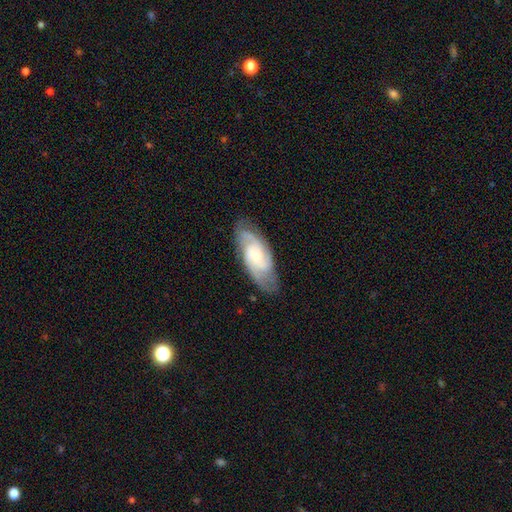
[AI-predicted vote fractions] This appears to be a featured or disk galaxy (80%) with no bar (65%), 3 (37%) tight (49%) spiral arms (97%) and a small central bulge (51%). Merging: none (77%).